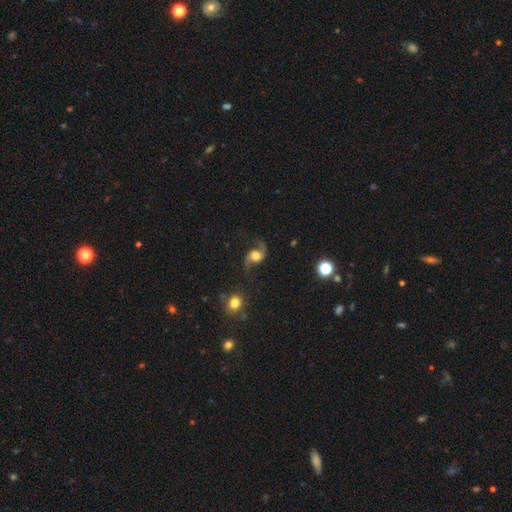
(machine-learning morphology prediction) This appears to be a featured or disk galaxy (87%) with no bar (65%), 2 (94%) loose (74%) spiral arms (97%) and a moderate central bulge (55%). Merging: none (77%).